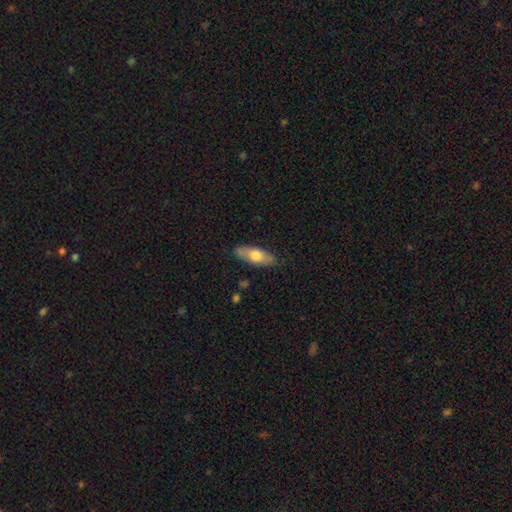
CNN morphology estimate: type=smooth (68%); roundness=in between (74%); merging=none (84%).